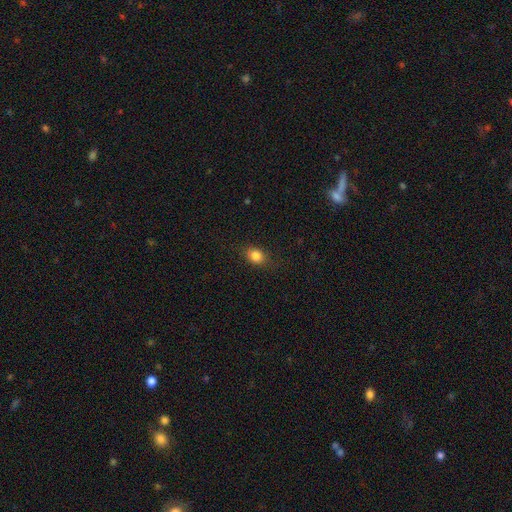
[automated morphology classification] smooth 84%, star or artifact 10%, featured or disk 6%. Down the decision tree: how rounded — in between (53%); merging — none (82%).